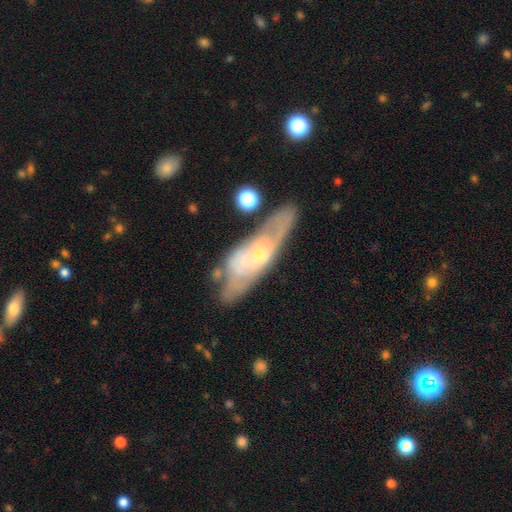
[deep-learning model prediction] featured or disk 68%, smooth 25%, star or artifact 7%. Down the decision tree: edge-on disk — no (75%); bar — no (71%); spiral arms — yes (58%); bulge size — moderate (47%); merging — none (52%).